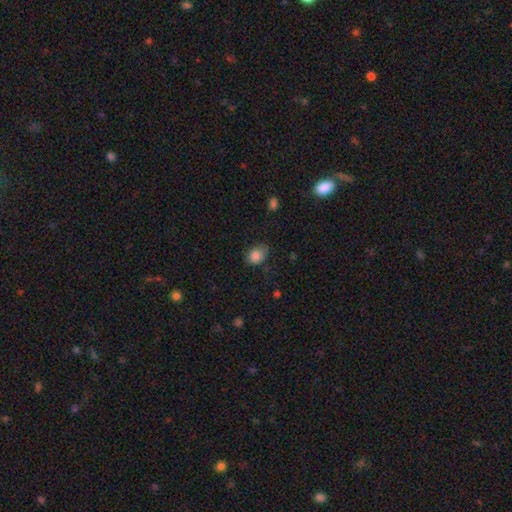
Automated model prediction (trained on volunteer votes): This appears to be a smooth galaxy with no disk features (85%) that is in between round and cigar-shaped (62%). Merging: none (66%).